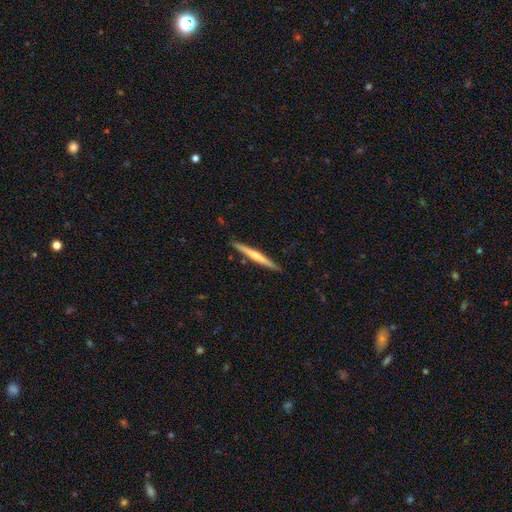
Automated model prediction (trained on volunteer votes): featured or disk 53%, smooth 42%, star or artifact 5%. Down the decision tree: edge-on disk — yes (97%); edge-on bulge — rounded (50%); merging — none (89%).